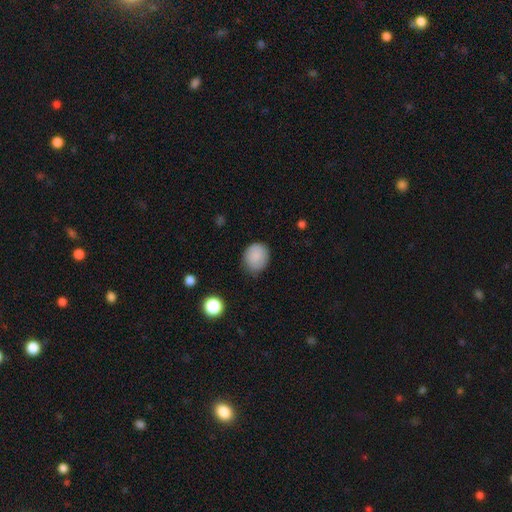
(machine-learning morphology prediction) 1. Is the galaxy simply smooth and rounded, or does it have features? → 85% smooth, 8% star or artifact, 7% featured or disk.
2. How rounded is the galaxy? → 65% round, 34% in between, 1% cigar-shaped.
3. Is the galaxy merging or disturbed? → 76% none, 19% minor disturbance, 4% major disturbance, 1% merger.